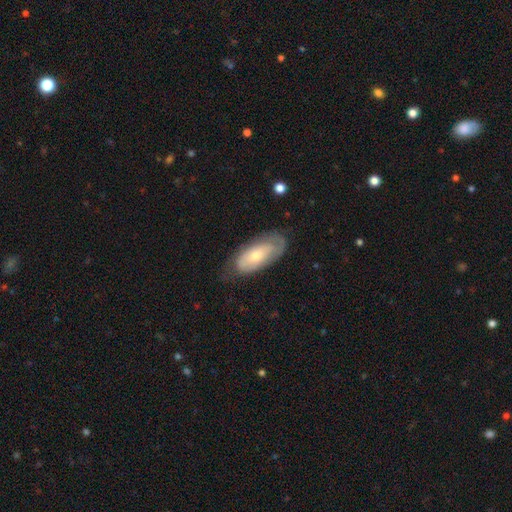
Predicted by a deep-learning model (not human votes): Smooth or featured: smooth — 56% (featured or disk — 39%)
How rounded: in between — 88% (cigar-shaped — 10%)
Merging: none — 60% (minor disturbance — 28%)